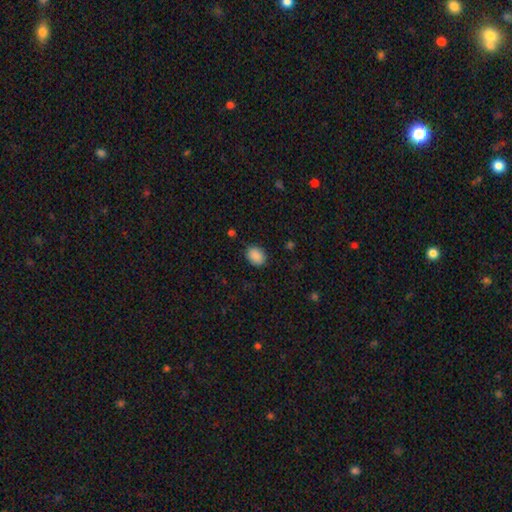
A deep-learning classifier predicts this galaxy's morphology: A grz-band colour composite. It shows a smooth galaxy with no disk features (89%) that is in between round and cigar-shaped (63%). Merging: none (86%).